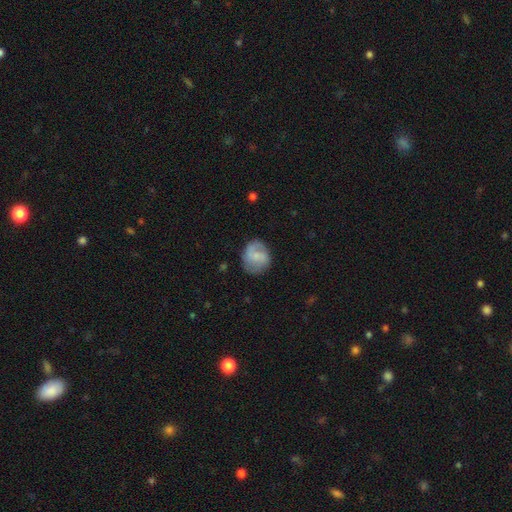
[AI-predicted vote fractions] smooth_or_featured: smooth (p=0.47) [alt: featured or disk p=0.46]
merging: none (p=0.70) [alt: minor disturbance p=0.20]